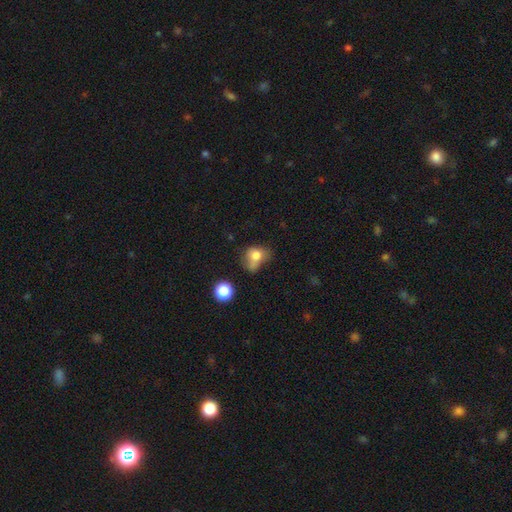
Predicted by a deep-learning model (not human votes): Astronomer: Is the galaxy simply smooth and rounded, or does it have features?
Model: smooth — 75%.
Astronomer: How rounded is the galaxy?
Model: round — 54% (runner-up: in between, 45%).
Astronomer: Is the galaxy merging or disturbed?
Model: none — 32% (runner-up: minor disturbance, 28%).